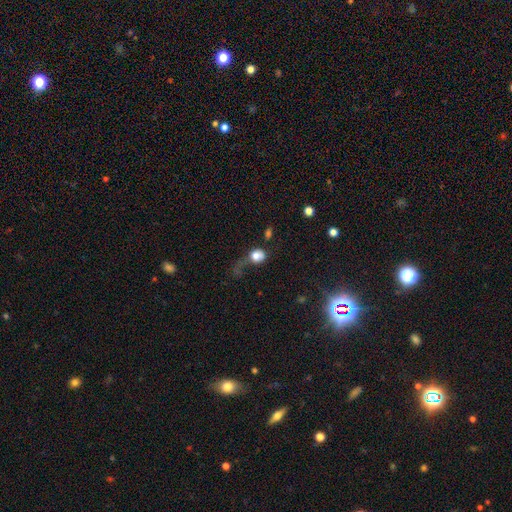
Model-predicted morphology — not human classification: The model was most divided on "how rounded": round: 62%, in between: 37%, cigar-shaped: 2%. More confident: smooth or featured — smooth (71%); merging — major disturbance (55%).